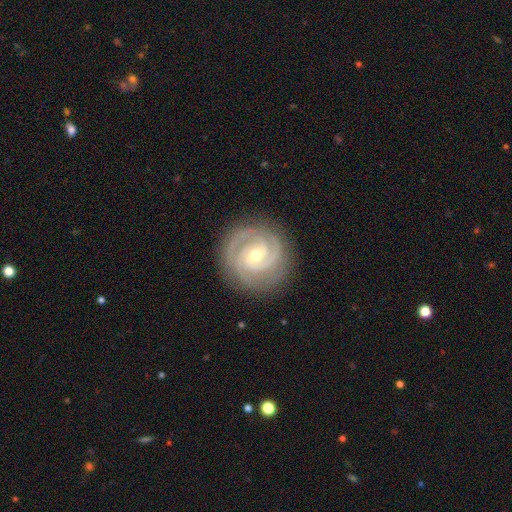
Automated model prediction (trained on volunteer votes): A featured or disk galaxy (91%) with a weak bar (48%), 3 (46%) tight (76%) spiral arms (98%) and a moderate central bulge (56%). Merging: none (86%).